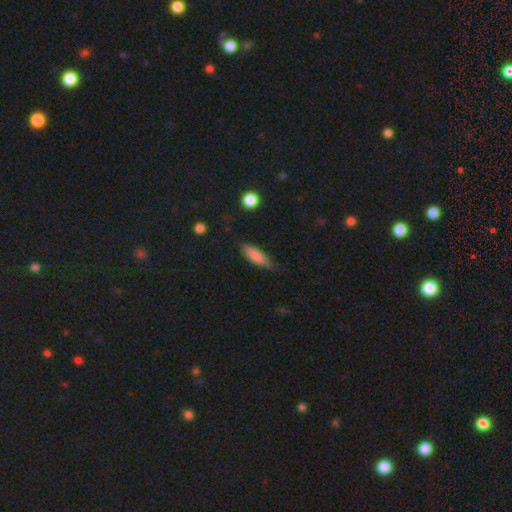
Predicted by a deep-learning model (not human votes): Morphology: type=smooth (82%); roundness=in between (49%, tied with cigar-shaped); merging=none (69%).